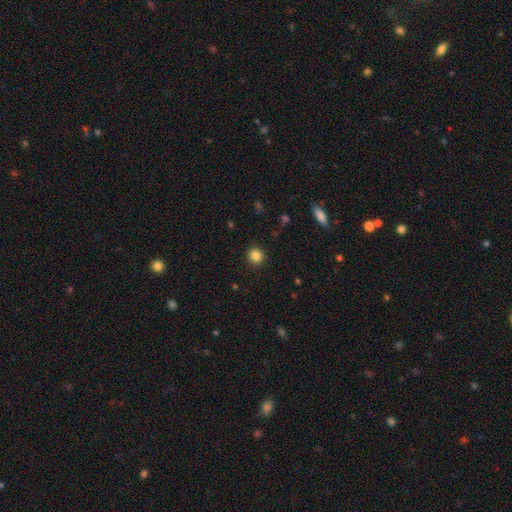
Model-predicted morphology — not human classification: Smooth or featured: smooth — 85% (star or artifact — 11%)
How rounded: round — 92% (in between — 7%)
Merging: none — 92% (minor disturbance — 5%)